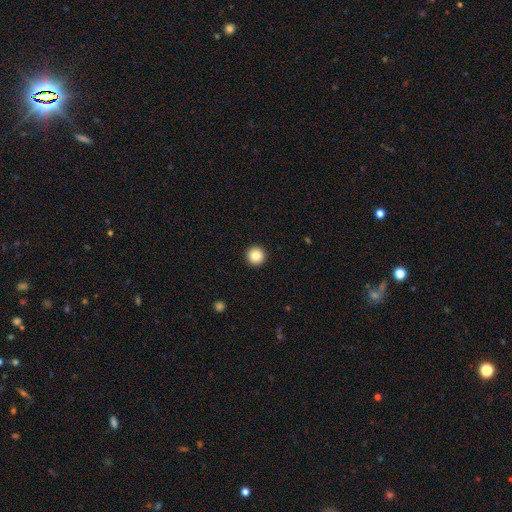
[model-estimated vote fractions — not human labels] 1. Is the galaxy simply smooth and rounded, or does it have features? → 85% smooth, 10% star or artifact, 5% featured or disk.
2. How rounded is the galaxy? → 97% round, 2% in between, 1% cigar-shaped.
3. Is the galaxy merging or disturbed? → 94% none, 4% minor disturbance, 1% major disturbance, 1% merger.